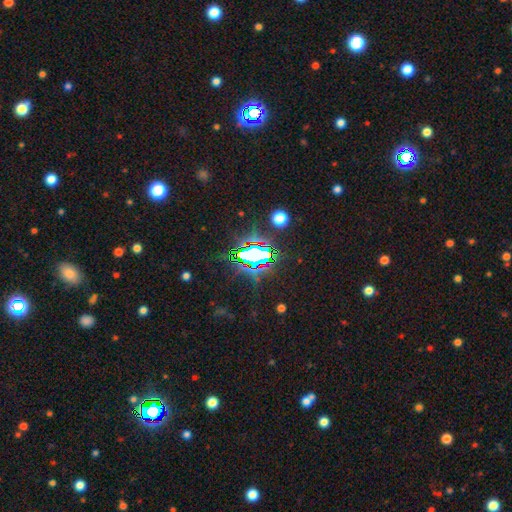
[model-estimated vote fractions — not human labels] A star or artifact, not a galaxy (70%).